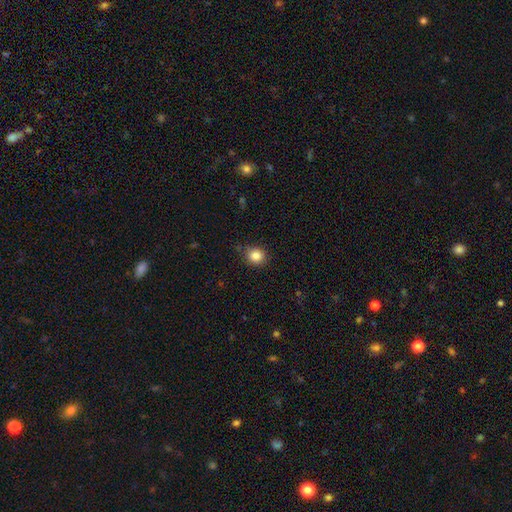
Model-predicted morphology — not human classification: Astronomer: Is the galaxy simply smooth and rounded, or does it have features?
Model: smooth — 85%.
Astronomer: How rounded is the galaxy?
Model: round — 81%.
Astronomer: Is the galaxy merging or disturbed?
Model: none — 80%.